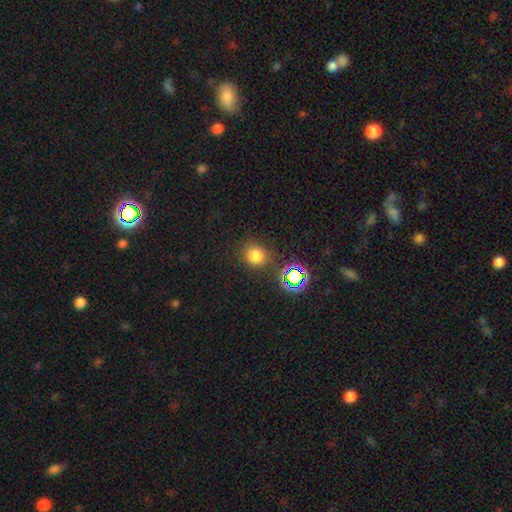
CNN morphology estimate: The model was most divided on "smooth or featured": smooth: 74%, star or artifact: 21%, featured or disk: 5%. More confident: how rounded — round (87%); merging — none (84%).